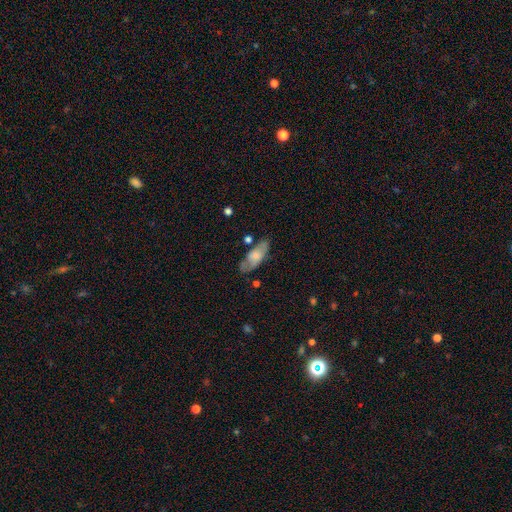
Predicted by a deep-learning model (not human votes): smooth-or-featured: smooth: 60% | featured or disk: 34% | star or artifact: 7%
  how-rounded: in between: 77% | cigar-shaped: 20% | round: 3%
  merging: none: 70% | minor disturbance: 19% | major disturbance: 7% | merger: 4%